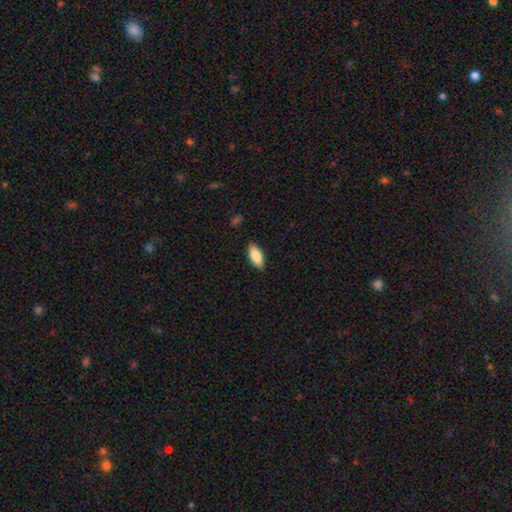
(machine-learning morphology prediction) Overall: smooth (81%). How rounded: in between (88%). Merging: none (87%).